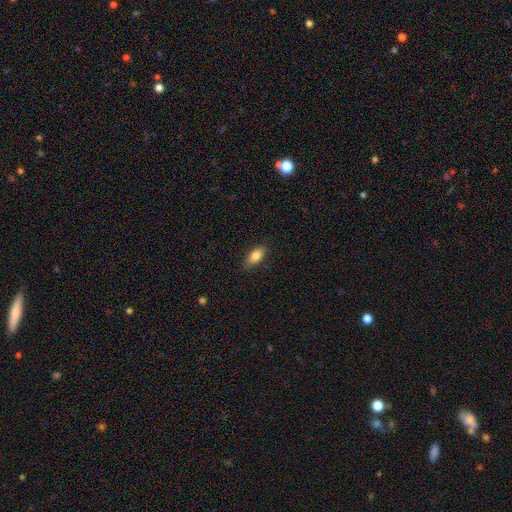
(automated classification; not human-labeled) smooth_or_featured: smooth (p=0.82) [alt: featured or disk p=0.11]
how_rounded: in between (p=0.86) [alt: cigar-shaped p=0.11]
merging: none (p=0.84) [alt: minor disturbance p=0.13]